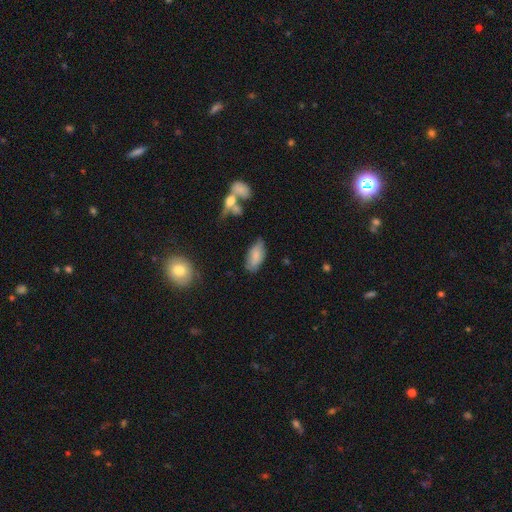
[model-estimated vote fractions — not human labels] Overall: smooth (78%). How rounded: in between (89%). Merging: none (67%).